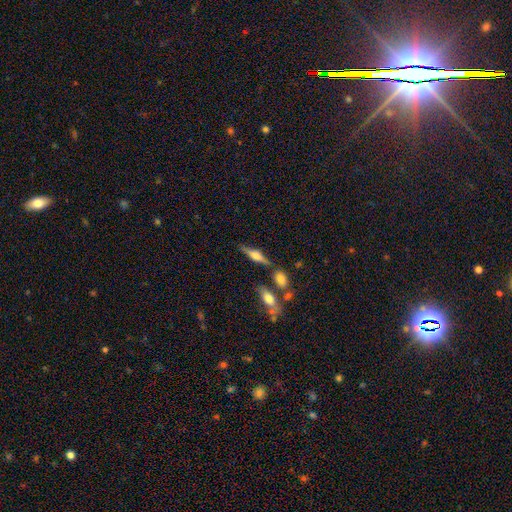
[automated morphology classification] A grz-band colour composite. It shows a featured or disk galaxy (59%) viewed edge-on (95%) with a rounded central bulge (82%). Merging: none (74%).